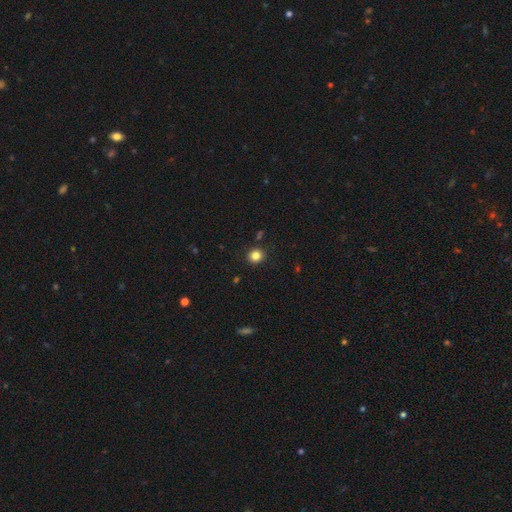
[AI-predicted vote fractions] The model was most divided on "smooth or featured": smooth: 83%, star or artifact: 12%, featured or disk: 5%. More confident: merging — none (90%); how rounded — round (87%).